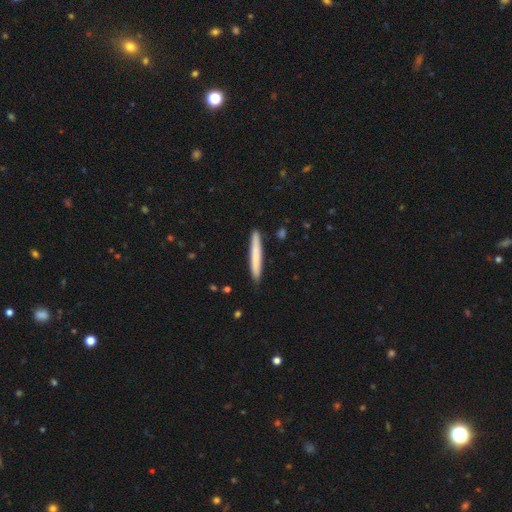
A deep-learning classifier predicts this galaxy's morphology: smooth_or_featured: smooth (p=0.72) [alt: featured or disk p=0.22]
how_rounded: cigar-shaped (p=0.96) [alt: in between p=0.03]
merging: none (p=0.89) [alt: minor disturbance p=0.08]